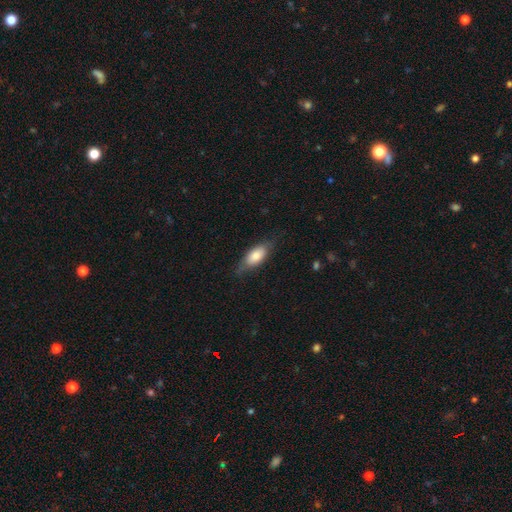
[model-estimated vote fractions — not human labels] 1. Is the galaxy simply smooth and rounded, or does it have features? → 73% smooth, 20% featured or disk, 6% star or artifact.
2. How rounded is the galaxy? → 82% in between, 15% cigar-shaped, 3% round.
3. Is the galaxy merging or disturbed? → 69% none, 24% minor disturbance, 7% major disturbance, 1% merger.